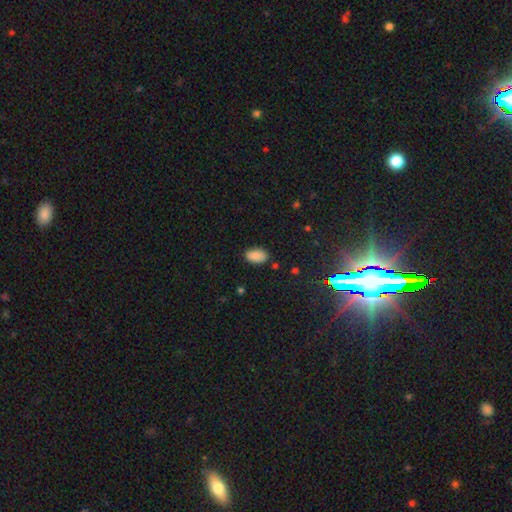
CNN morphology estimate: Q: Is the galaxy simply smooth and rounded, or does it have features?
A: smooth — 86%.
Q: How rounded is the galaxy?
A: in between — 93%.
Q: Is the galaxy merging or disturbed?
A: none — 82%.